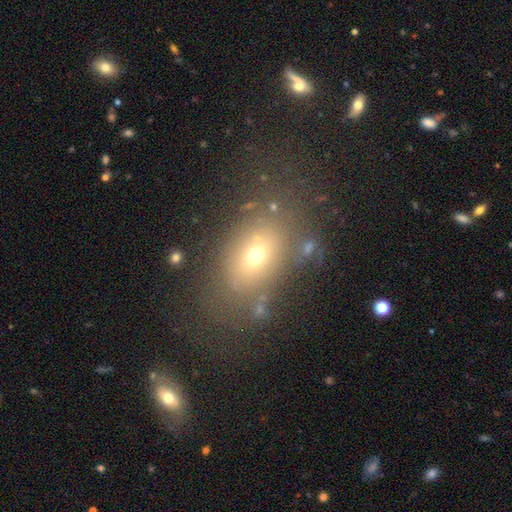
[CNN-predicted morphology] Smooth or featured? smooth (63%)
How rounded? in between (71%)
Merging? none (68%)